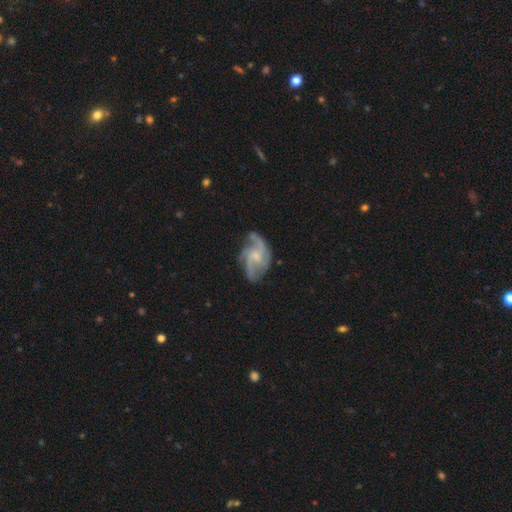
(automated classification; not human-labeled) This is clearly a featured or disk galaxy (86%). It is clearly not viewed edge-on (98%). Bar: possibly no (55%). Spiral arm pattern: clearly yes (97%). Spiral arm count: possibly 3 (45%). Spiral winding: possibly medium (51%). Central bulge: possibly small (58%). Merging: likely none (65%).